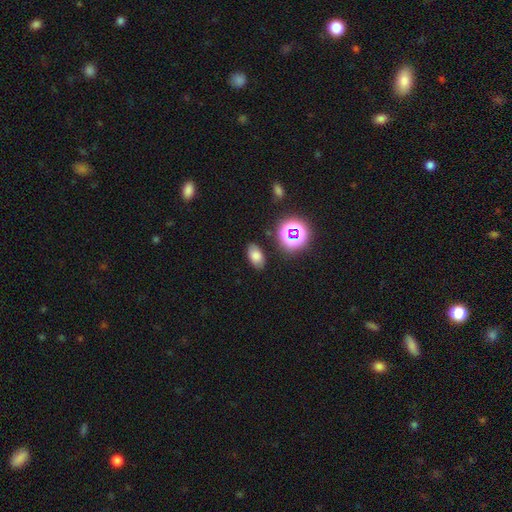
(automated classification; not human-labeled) Smooth or featured?
  - smooth: 71% *
  - star or artifact: 17%
  - featured or disk: 12%
How rounded?
  - in between: 90% *
  - round: 9%
  - cigar-shaped: 2%
Merging?
  - none: 83% *
  - minor disturbance: 11%
  - major disturbance: 3%
  - merger: 2%